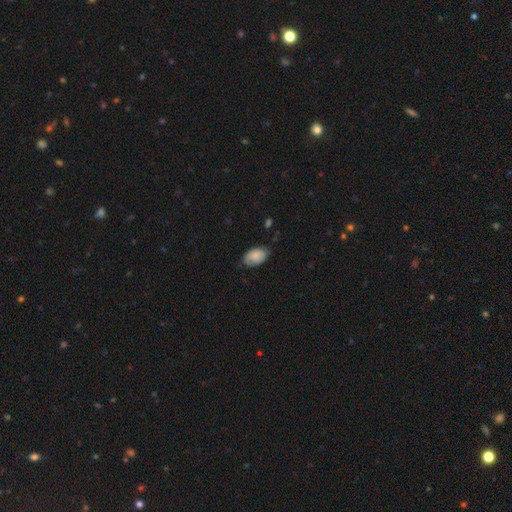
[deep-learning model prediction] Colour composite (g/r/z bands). It shows a smooth galaxy with no disk features (81%) that is in between round and cigar-shaped (92%). Merging: none (63%).